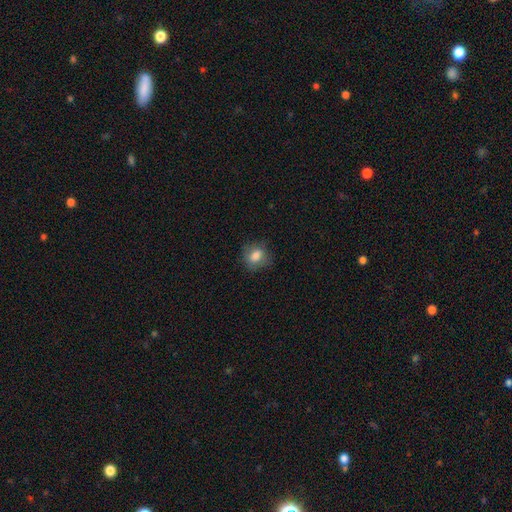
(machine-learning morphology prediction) A smooth galaxy with no disk features (78%) that is round (60%). Merging: none (72%).